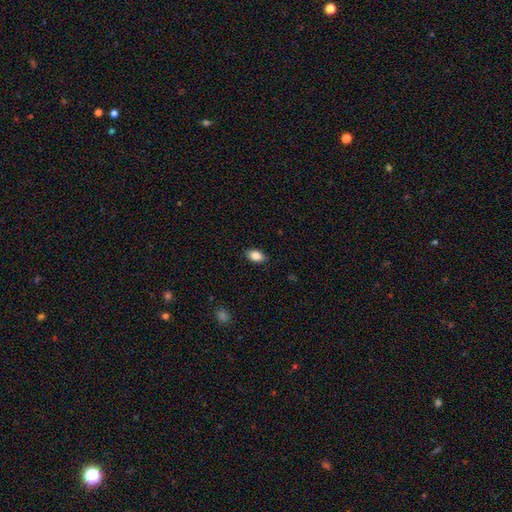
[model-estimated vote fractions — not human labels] smooth_or_featured: smooth (p=0.87) [alt: star or artifact p=0.08]
how_rounded: in between (p=0.89) [alt: round p=0.10]
merging: none (p=0.88) [alt: minor disturbance p=0.09]